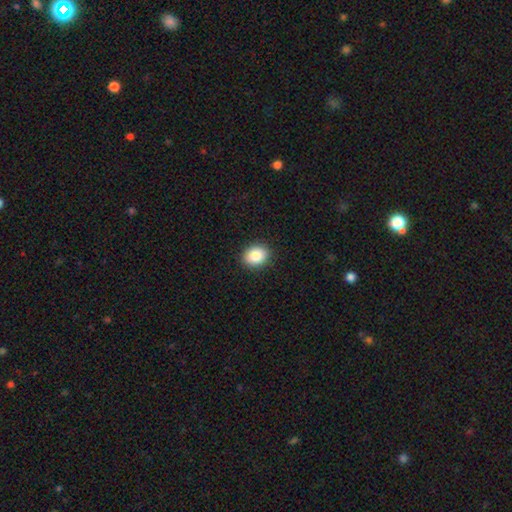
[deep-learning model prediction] A smooth galaxy with no disk features (86%) that is round (50%).

Vote fractions:
- Smooth or featured? smooth: 86% / star or artifact: 8% / featured or disk: 5%
- How rounded? round: 50% / in between: 49% / cigar-shaped: 1%
- Merging? none: 90% / minor disturbance: 7% / major disturbance: 2% / merger: 1%